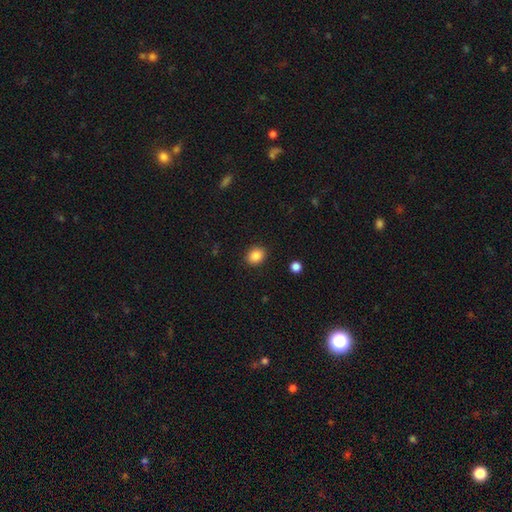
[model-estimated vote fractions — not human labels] This is clearly a smooth galaxy (86%). How rounded: possibly round (59%). Merging: clearly none (89%).